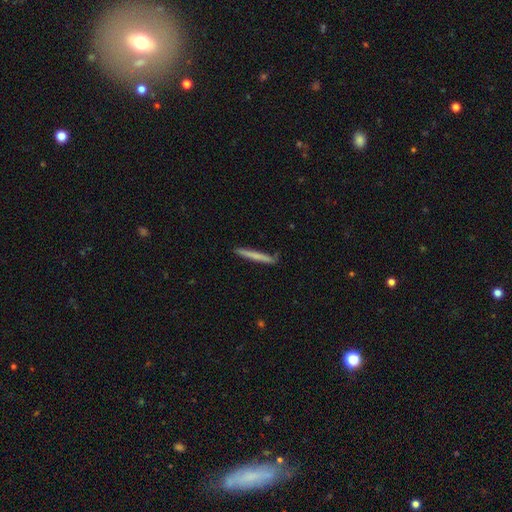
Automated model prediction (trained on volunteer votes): smooth-or-featured: smooth: 69% | featured or disk: 26% | star or artifact: 6%
  how-rounded: cigar-shaped: 96% | in between: 2% | round: 1%
  merging: none: 86% | minor disturbance: 11% | major disturbance: 2% | merger: 1%